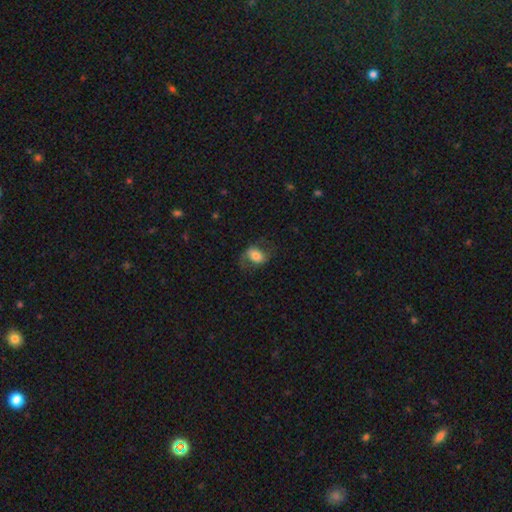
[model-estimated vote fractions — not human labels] Q: Smooth or featured?
A: smooth (57%); runner-up: featured or disk (35%)
Q: How rounded?
A: in between (76%); runner-up: round (22%)
Q: Merging?
A: none (57%); runner-up: minor disturbance (23%)